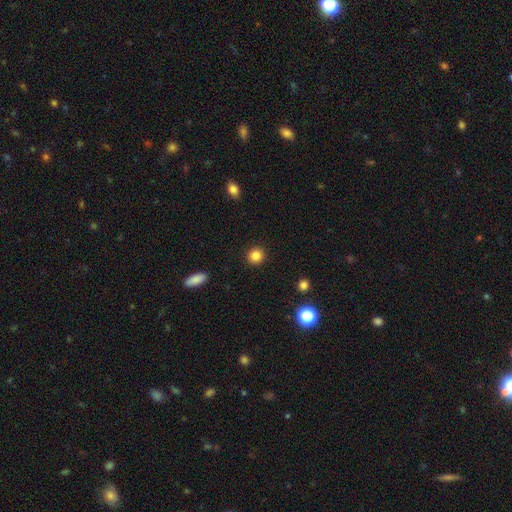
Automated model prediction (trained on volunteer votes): The model was most divided on "smooth or featured": smooth: 85%, star or artifact: 11%, featured or disk: 4%. More confident: merging — none (92%); how rounded — round (90%).